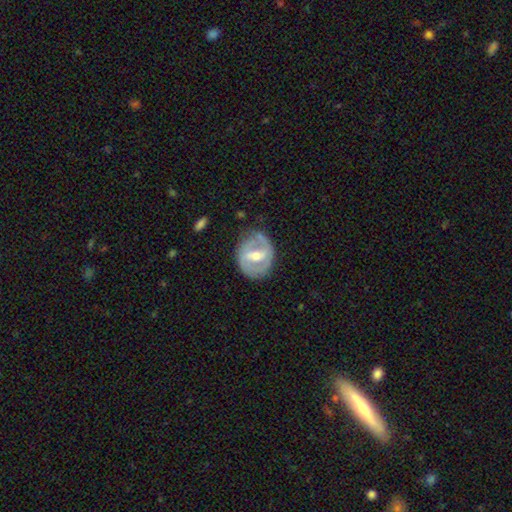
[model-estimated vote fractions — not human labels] Overall: featured or disk (76%). Edge-on disk: no (96%). Bar: strong (49%; weak 38%). Spiral arms: yes (70%). Spiral arm count: 2 (77%). Spiral winding: medium (43%; tight 39%). Bulge size: moderate (64%; small 31%). Merging: none (71%).